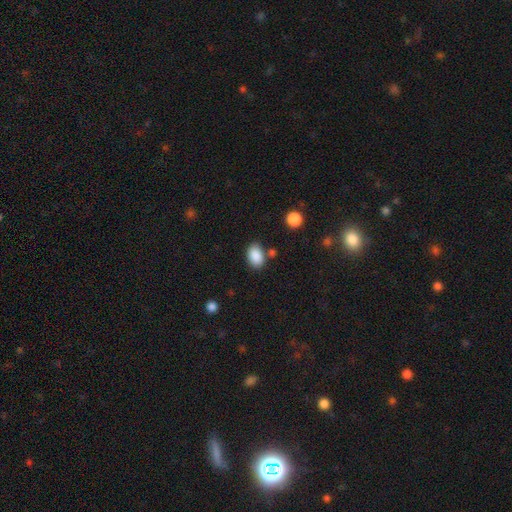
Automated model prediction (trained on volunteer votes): smooth 88%, star or artifact 8%, featured or disk 4%. Down the decision tree: how rounded — in between (85%); merging — none (76%).